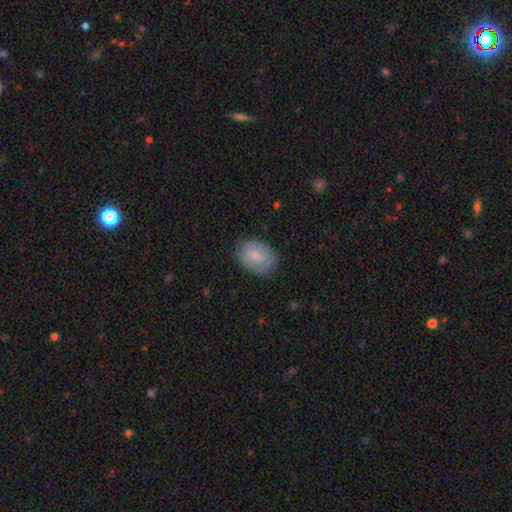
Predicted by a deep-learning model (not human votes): Overall: smooth (57%; featured or disk 37%). How rounded: in between (74%). Merging: none (82%).